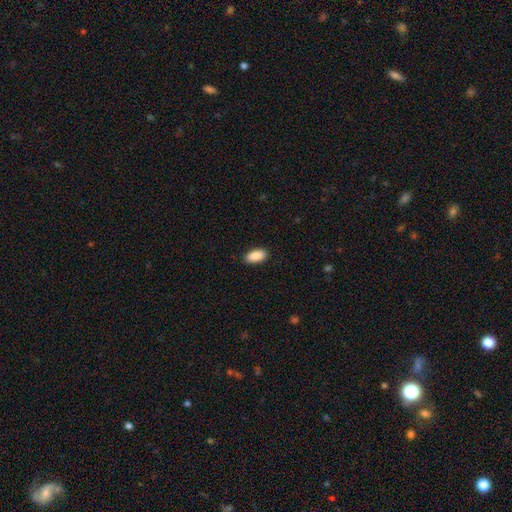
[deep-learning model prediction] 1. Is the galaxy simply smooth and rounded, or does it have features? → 89% smooth, 6% star or artifact, 4% featured or disk.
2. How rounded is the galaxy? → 92% in between, 6% cigar-shaped, 2% round.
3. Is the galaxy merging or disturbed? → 89% none, 8% minor disturbance, 2% major disturbance, 1% merger.